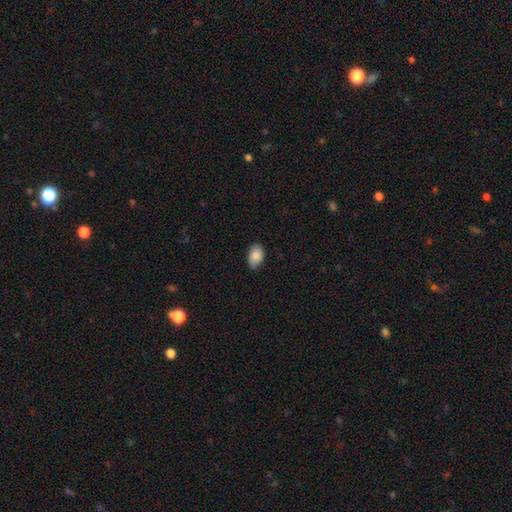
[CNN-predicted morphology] smooth_or_featured: smooth (p=0.87) [alt: star or artifact p=0.07]
how_rounded: in between (p=0.90) [alt: round p=0.09]
merging: none (p=0.78) [alt: minor disturbance p=0.19]